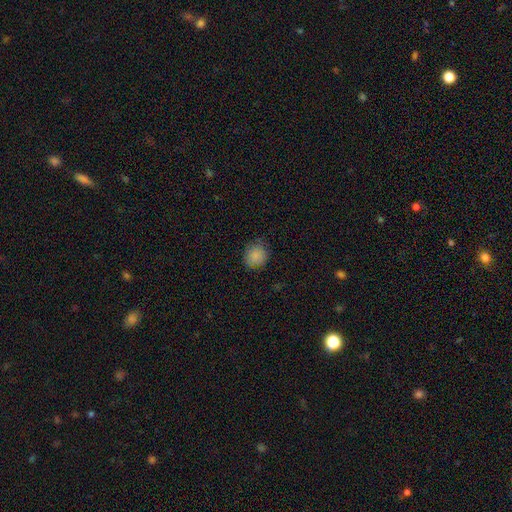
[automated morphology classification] Smooth or featured?
  - smooth: 87% *
  - star or artifact: 10%
  - featured or disk: 4%
How rounded?
  - round: 77% *
  - in between: 23%
  - cigar-shaped: 1%
Merging?
  - none: 81% *
  - minor disturbance: 15%
  - major disturbance: 3%
  - merger: 1%